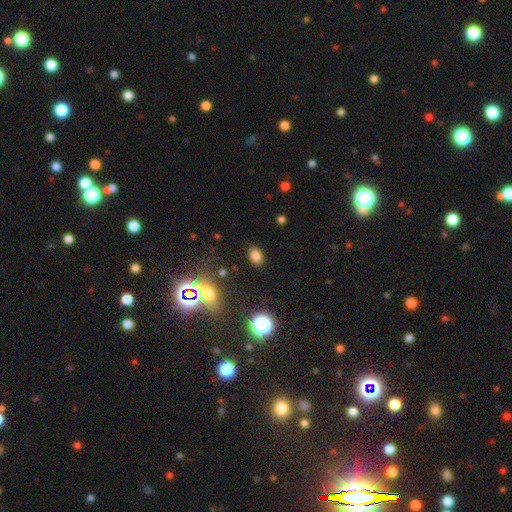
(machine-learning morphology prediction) smooth-or-featured: smooth: 77% | star or artifact: 16% | featured or disk: 6%
  how-rounded: in between: 78% | round: 21% | cigar-shaped: 1%
  merging: none: 85% | minor disturbance: 10% | major disturbance: 3% | merger: 2%